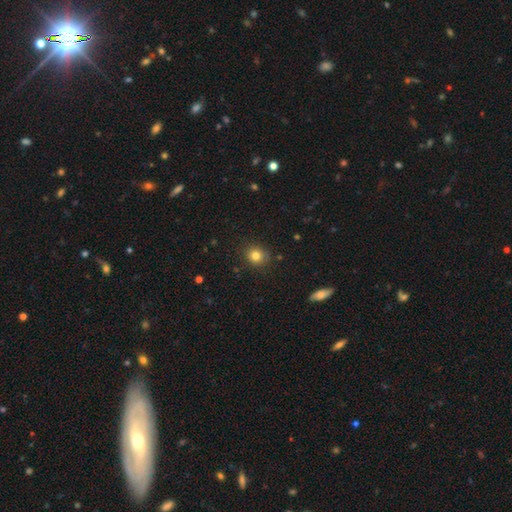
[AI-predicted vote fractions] smooth_or_featured: smooth (p=0.81) [alt: star or artifact p=0.12]
how_rounded: round (p=0.77) [alt: in between p=0.22]
merging: none (p=0.86) [alt: minor disturbance p=0.10]